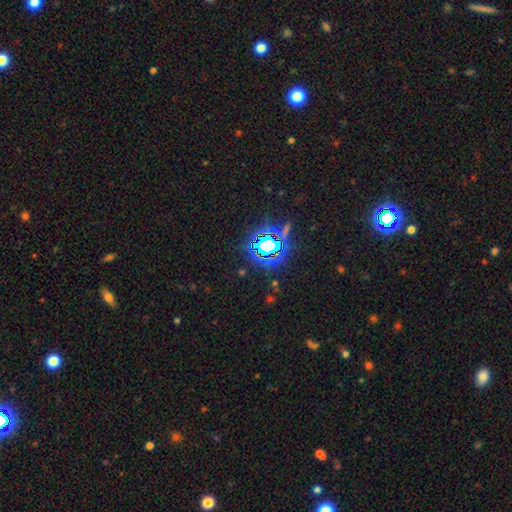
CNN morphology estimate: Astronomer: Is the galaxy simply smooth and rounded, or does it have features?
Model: star or artifact — 78%.